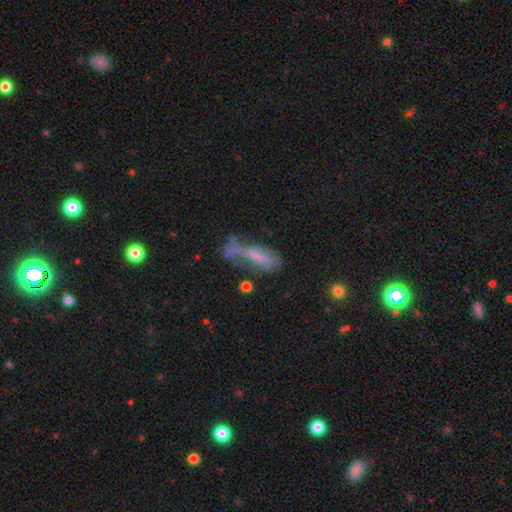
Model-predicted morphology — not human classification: Q: Smooth or featured?
A: featured or disk (49%); runner-up: smooth (34%)
Q: Merging?
A: none (32%); runner-up: major disturbance (31%)